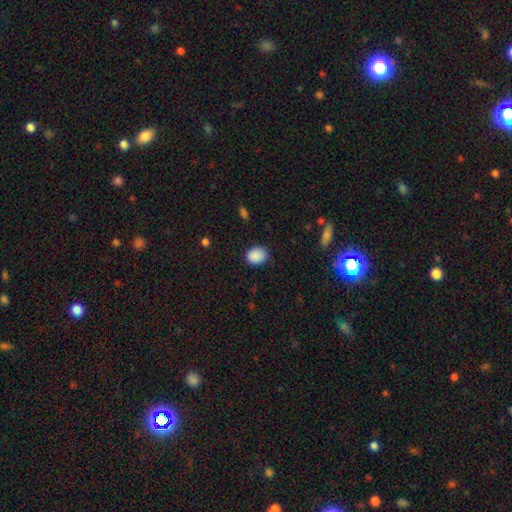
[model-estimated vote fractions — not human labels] smooth-or-featured: smooth: 89% | star or artifact: 8% | featured or disk: 3%
  how-rounded: in between: 56% | round: 43% | cigar-shaped: 1%
  merging: none: 85% | minor disturbance: 11% | major disturbance: 3% | merger: 1%